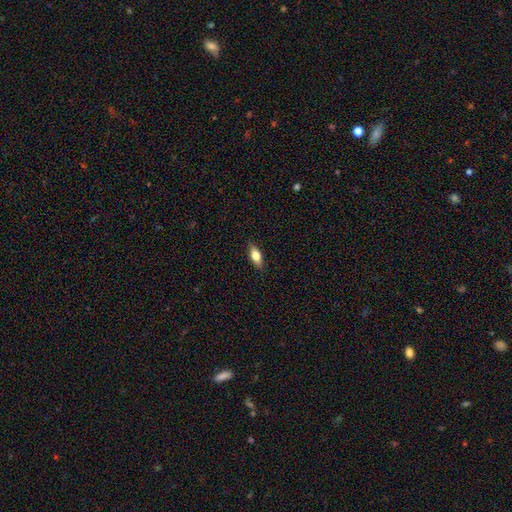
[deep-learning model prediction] The model was most divided on "smooth or featured": smooth: 69%, featured or disk: 24%, star or artifact: 7%. More confident: merging — none (87%); how rounded — in between (76%).